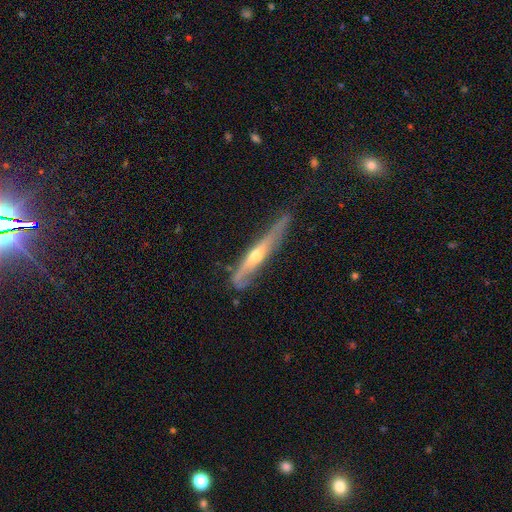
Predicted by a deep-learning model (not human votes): A featured or disk galaxy (68%) viewed edge-on (89%) with a rounded central bulge (81%).

Vote fractions:
- Smooth or featured? featured or disk: 68% / smooth: 26% / star or artifact: 6%
- Edge-on disk? yes: 89% / no: 11%
- Edge-on bulge? rounded: 81% / none: 15% / boxy: 4%
- Merging? none: 56% / minor disturbance: 31% / major disturbance: 10% / merger: 3%